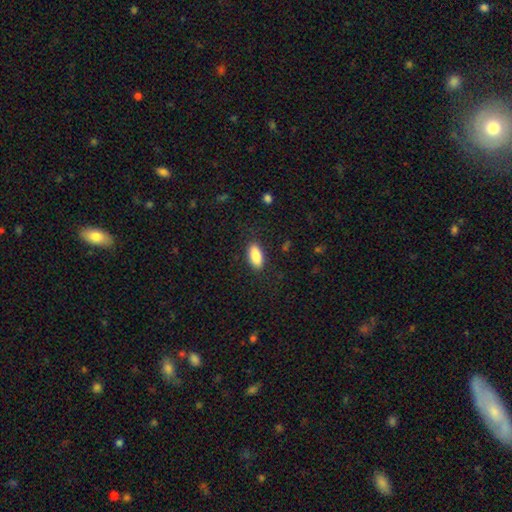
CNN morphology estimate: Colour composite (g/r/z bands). It shows a smooth galaxy with no disk features (88%) that is in between round and cigar-shaped (89%). Merging: none (86%).